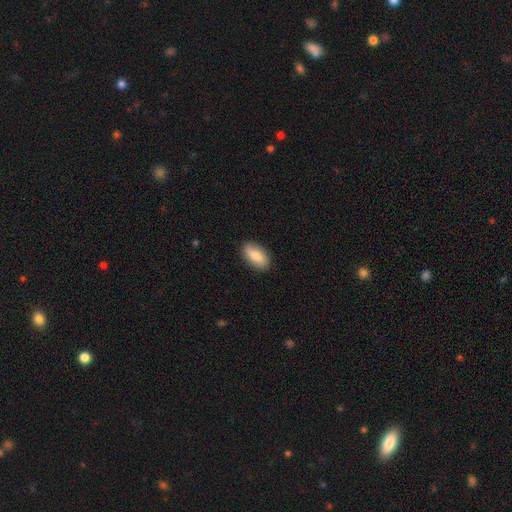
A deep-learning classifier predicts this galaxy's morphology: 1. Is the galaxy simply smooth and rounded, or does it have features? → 82% smooth, 12% featured or disk, 6% star or artifact.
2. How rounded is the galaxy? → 91% in between, 6% cigar-shaped, 3% round.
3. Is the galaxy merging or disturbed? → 88% none, 9% minor disturbance, 2% major disturbance, 1% merger.